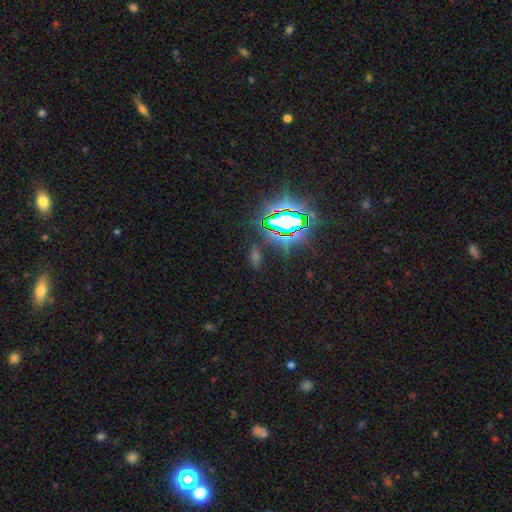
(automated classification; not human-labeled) Smooth or featured? star or artifact (66%)